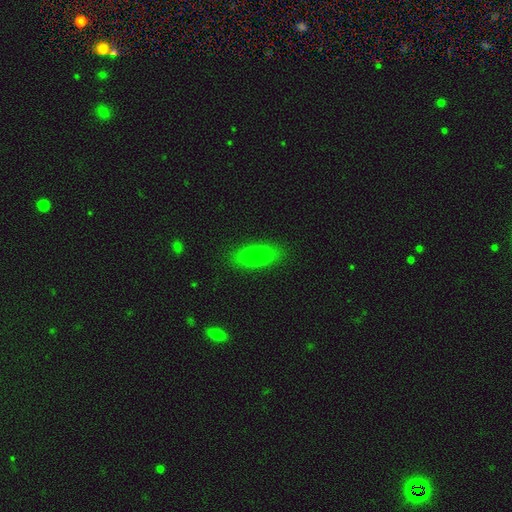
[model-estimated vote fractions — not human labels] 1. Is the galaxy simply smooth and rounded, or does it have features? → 79% smooth, 13% featured or disk, 9% star or artifact.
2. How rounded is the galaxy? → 78% in between, 17% cigar-shaped, 5% round.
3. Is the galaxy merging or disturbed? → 86% none, 10% minor disturbance, 3% major disturbance, 1% merger.